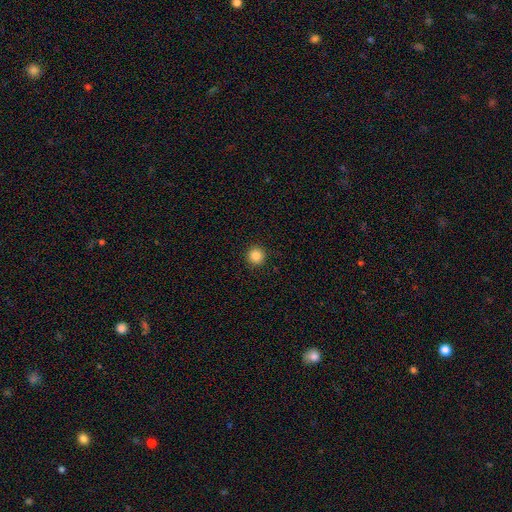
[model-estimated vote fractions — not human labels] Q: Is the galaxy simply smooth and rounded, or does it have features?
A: smooth — 86%.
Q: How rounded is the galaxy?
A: round — 96%.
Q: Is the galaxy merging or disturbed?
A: none — 93%.